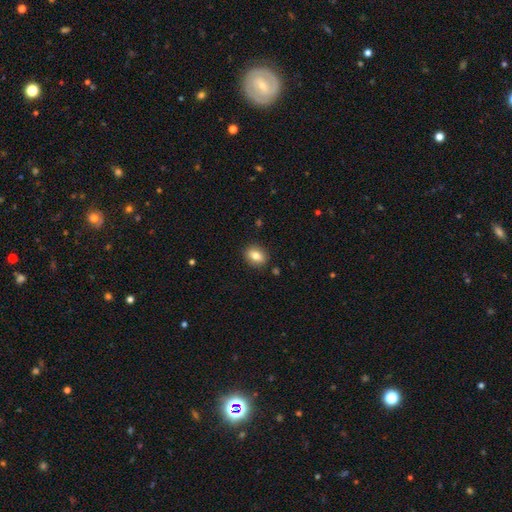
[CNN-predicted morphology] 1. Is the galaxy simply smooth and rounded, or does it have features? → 80% smooth, 12% featured or disk, 9% star or artifact.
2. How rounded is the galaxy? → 61% in between, 37% round, 2% cigar-shaped.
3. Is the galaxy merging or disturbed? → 88% none, 9% minor disturbance, 2% major disturbance, 1% merger.